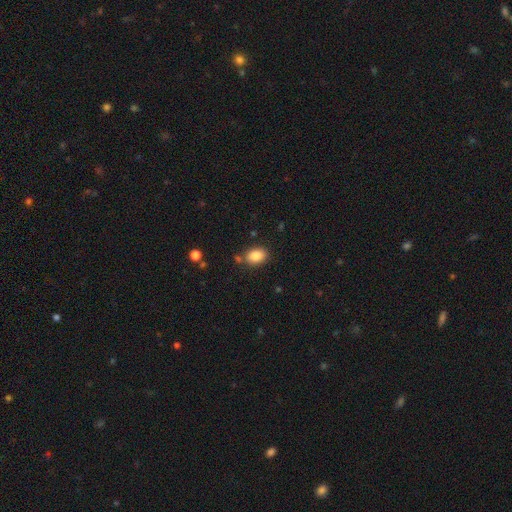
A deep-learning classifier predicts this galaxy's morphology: Overall: smooth (86%). How rounded: in between (81%). Merging: none (78%).